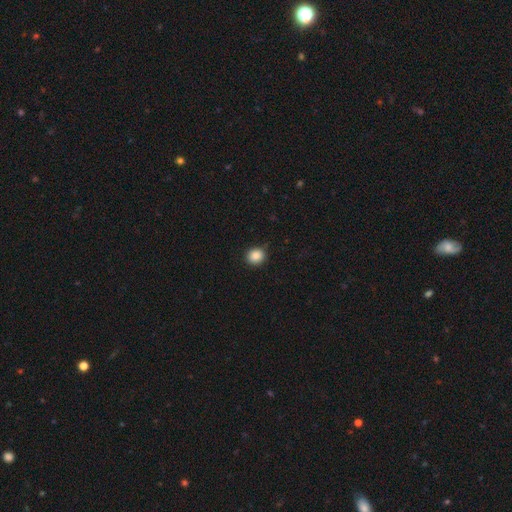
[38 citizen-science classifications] A smooth galaxy with no disk features (87%) that is round (79%). Merging: none (79%).